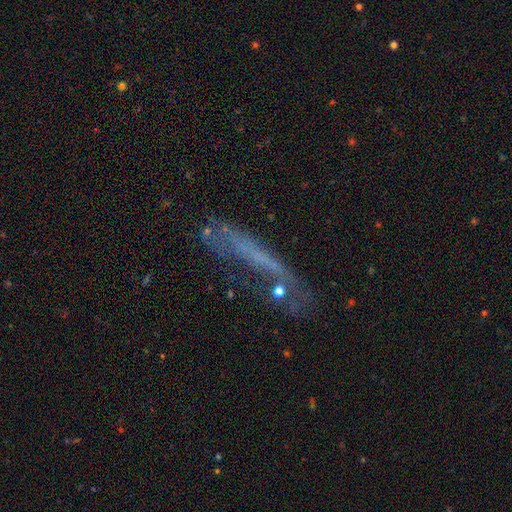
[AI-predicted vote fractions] Smooth or featured?
  - featured or disk: 46% *
  - smooth: 36%
  - star or artifact: 18%
Merging?
  - none: 48% *
  - major disturbance: 22%
  - minor disturbance: 22%
  - merger: 8%